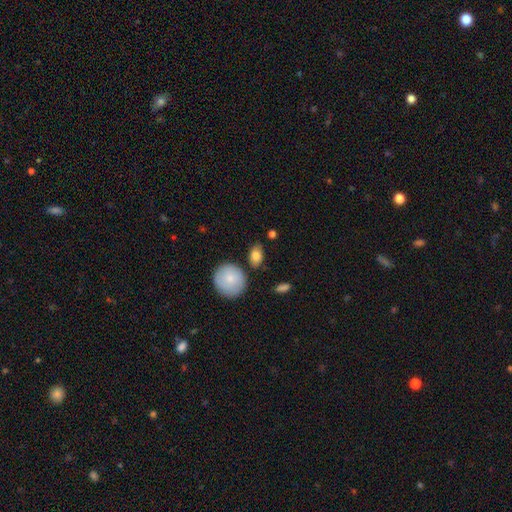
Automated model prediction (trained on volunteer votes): A smooth galaxy with no disk features (81%) that is in between round and cigar-shaped (69%).

Vote fractions:
- Smooth or featured? smooth: 81% / featured or disk: 11% / star or artifact: 8%
- How rounded? in between: 69% / round: 28% / cigar-shaped: 3%
- Merging? none: 77% / minor disturbance: 13% / merger: 7% / major disturbance: 4%